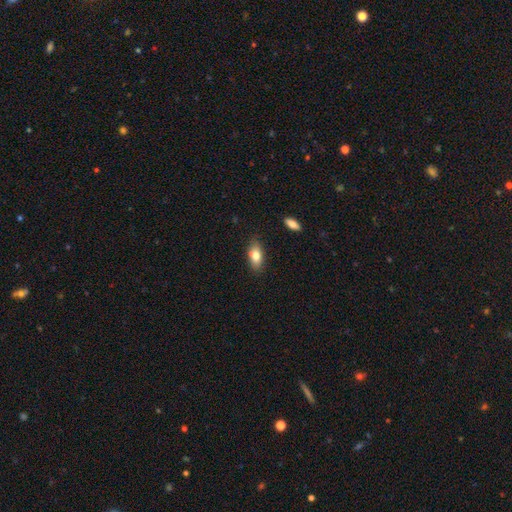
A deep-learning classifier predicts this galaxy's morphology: A smooth galaxy with no disk features (79%) that is in between round and cigar-shaped (85%). Merging: none (83%).